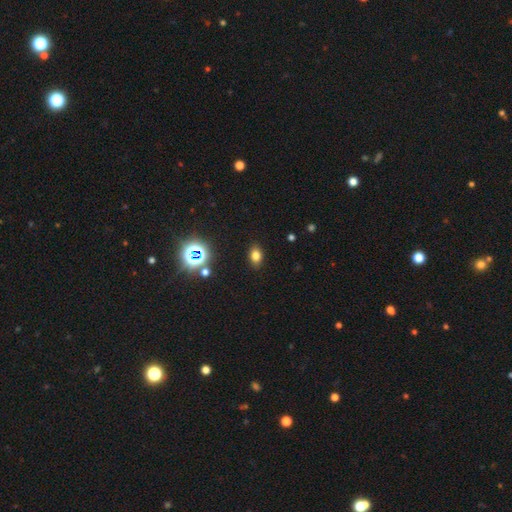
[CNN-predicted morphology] Q: Smooth or featured?
A: smooth (74%); runner-up: star or artifact (18%)
Q: How rounded?
A: in between (78%); runner-up: round (20%)
Q: Merging?
A: none (87%); runner-up: minor disturbance (9%)